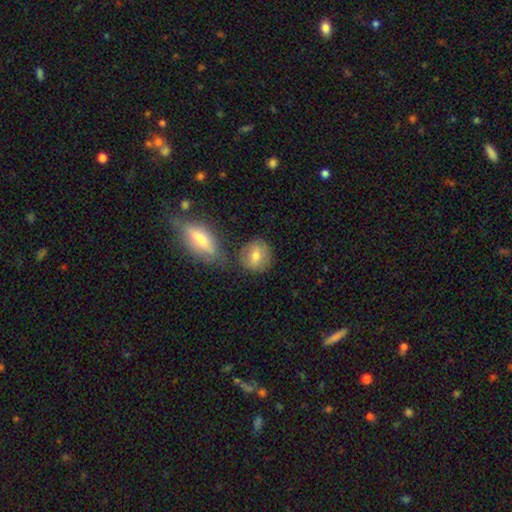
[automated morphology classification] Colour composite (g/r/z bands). It shows a smooth galaxy with no disk features (74%) that is round (68%). Merging: none (71%).